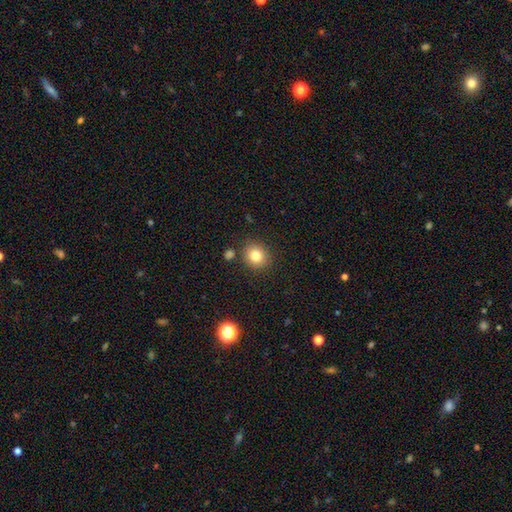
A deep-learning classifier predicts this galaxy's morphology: Smooth or featured? smooth (82%)
How rounded? round (84%)
Merging? none (83%)